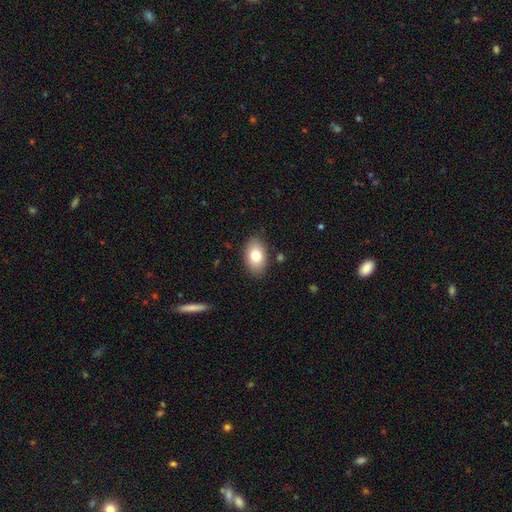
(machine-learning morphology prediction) smooth_or_featured: smooth (p=0.78) [alt: featured or disk p=0.14]
how_rounded: in between (p=0.89) [alt: round p=0.10]
merging: none (p=0.86) [alt: minor disturbance p=0.10]